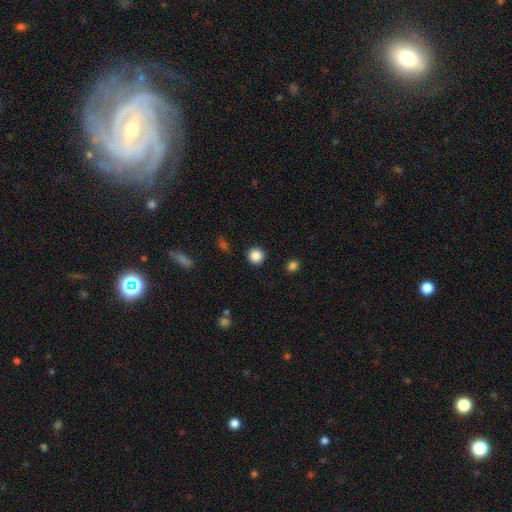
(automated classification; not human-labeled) Smooth or featured: smooth — 87% (star or artifact — 10%)
How rounded: round — 95% (in between — 4%)
Merging: none — 92% (minor disturbance — 5%)